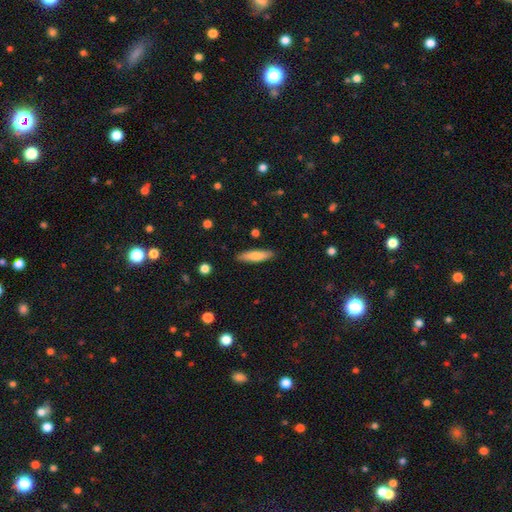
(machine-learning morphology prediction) smooth-or-featured: smooth: 75% | featured or disk: 19% | star or artifact: 6%
  how-rounded: cigar-shaped: 72% | in between: 26% | round: 2%
  merging: none: 87% | minor disturbance: 9% | major disturbance: 2% | merger: 1%